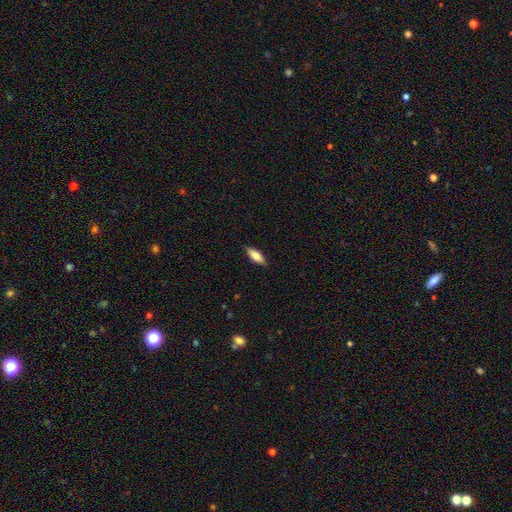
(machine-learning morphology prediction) Smooth or featured: smooth — 78% (featured or disk — 16%)
How rounded: in between — 64% (cigar-shaped — 34%)
Merging: none — 87% (minor disturbance — 10%)